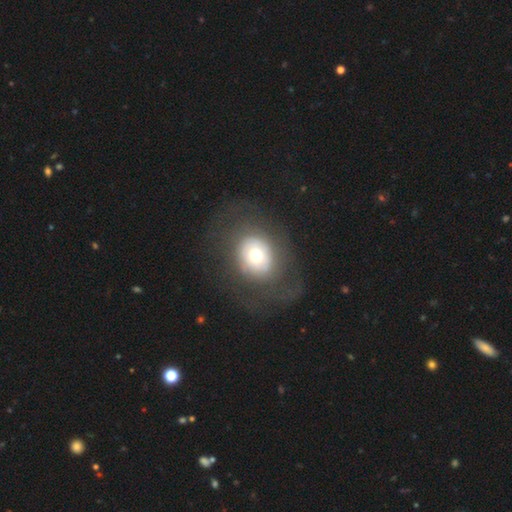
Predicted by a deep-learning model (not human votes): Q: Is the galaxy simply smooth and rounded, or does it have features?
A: smooth — 46%.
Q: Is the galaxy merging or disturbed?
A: none — 63%.